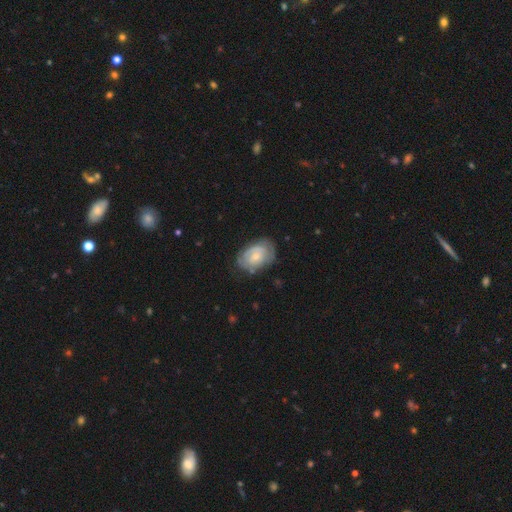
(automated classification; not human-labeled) A featured or disk galaxy (61%) with no bar (63%), spiral arms (72%) and a small central bulge (58%). Merging: none (65%).